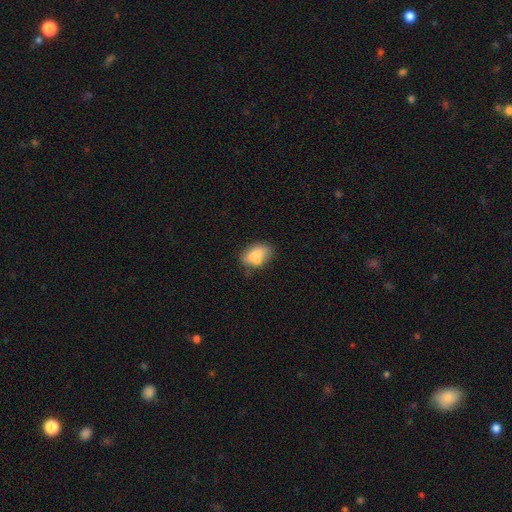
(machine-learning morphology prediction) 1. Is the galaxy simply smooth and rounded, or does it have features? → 76% smooth, 15% featured or disk, 9% star or artifact.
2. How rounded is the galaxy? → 84% in between, 15% round, 2% cigar-shaped.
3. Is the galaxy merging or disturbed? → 49% none, 27% minor disturbance, 15% merger, 8% major disturbance.